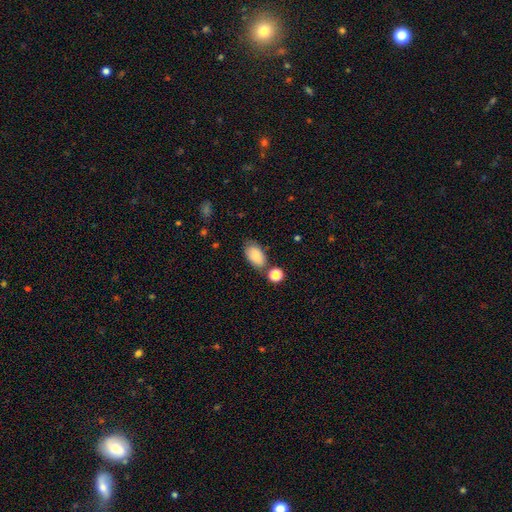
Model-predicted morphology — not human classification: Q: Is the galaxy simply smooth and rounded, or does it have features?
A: smooth — 85%.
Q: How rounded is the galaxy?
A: in between — 93%.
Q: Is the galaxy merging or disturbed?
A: none — 67%.